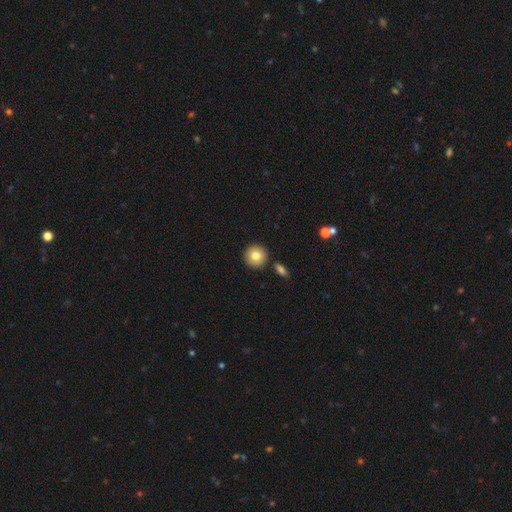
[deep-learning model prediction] This appears to be a smooth galaxy with no disk features (80%) that is round (94%). Merging: none (87%).